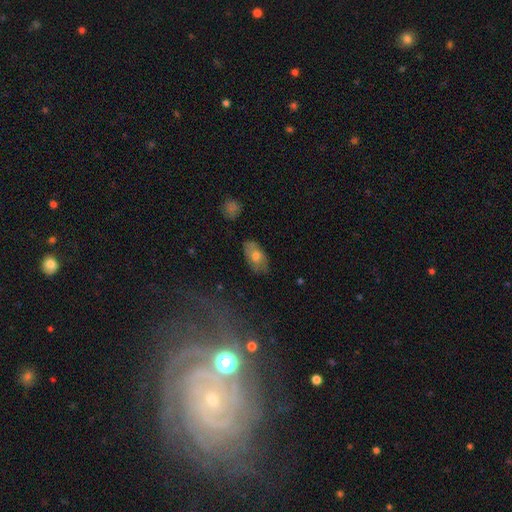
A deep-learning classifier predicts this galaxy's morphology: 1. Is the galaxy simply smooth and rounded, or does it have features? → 64% smooth, 28% featured or disk, 8% star or artifact.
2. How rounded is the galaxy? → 91% in between, 6% round, 3% cigar-shaped.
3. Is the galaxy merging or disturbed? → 78% none, 17% minor disturbance, 4% major disturbance, 2% merger.